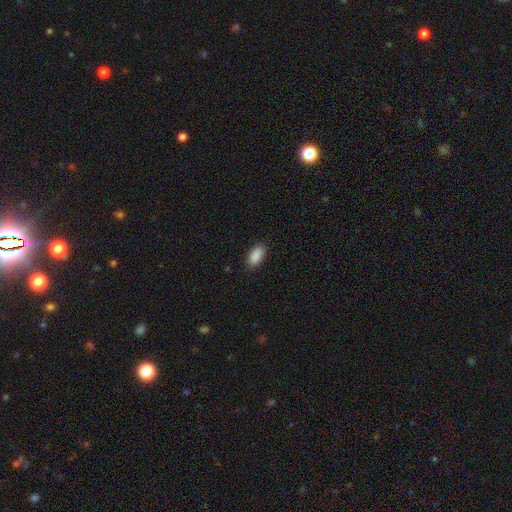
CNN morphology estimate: smooth-or-featured: smooth: 90% | star or artifact: 7% | featured or disk: 3%
  how-rounded: in between: 92% | cigar-shaped: 5% | round: 3%
  merging: none: 86% | minor disturbance: 11% | major disturbance: 2% | merger: 1%